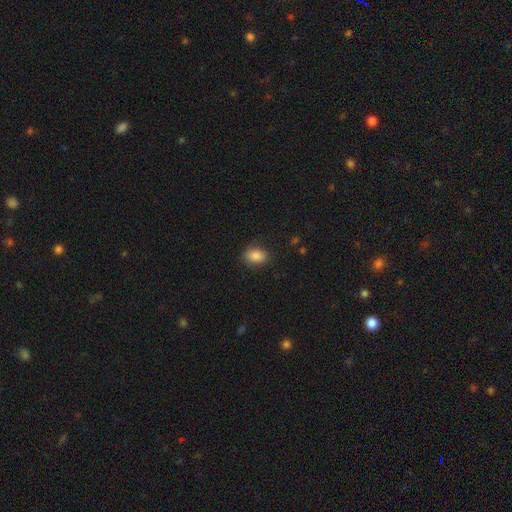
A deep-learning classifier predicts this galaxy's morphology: A smooth galaxy with no disk features (86%) that is in between round and cigar-shaped (78%).

Vote fractions:
- Smooth or featured? smooth: 86% / star or artifact: 9% / featured or disk: 6%
- How rounded? in between: 78% / round: 21% / cigar-shaped: 2%
- Merging? none: 85% / minor disturbance: 11% / major disturbance: 3% / merger: 1%